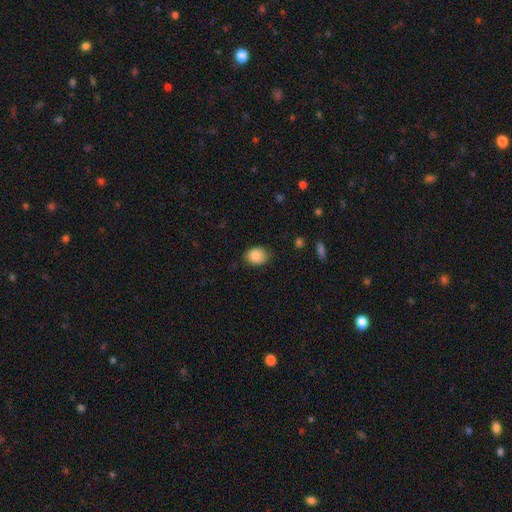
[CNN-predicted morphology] Smooth or featured?
  - smooth: 86% *
  - star or artifact: 8%
  - featured or disk: 6%
How rounded?
  - in between: 50% * (tied)
  - round: 50% * (tied)
  - cigar-shaped: 1%
Merging?
  - none: 81% *
  - minor disturbance: 15%
  - major disturbance: 3%
  - merger: 1%